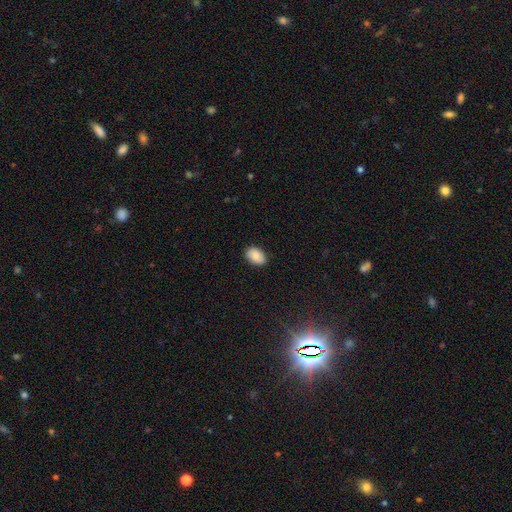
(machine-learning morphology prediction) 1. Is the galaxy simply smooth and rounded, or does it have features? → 83% smooth, 10% featured or disk, 8% star or artifact.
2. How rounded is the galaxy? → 84% in between, 15% round, 1% cigar-shaped.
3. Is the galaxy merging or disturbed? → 86% none, 11% minor disturbance, 2% major disturbance, 1% merger.